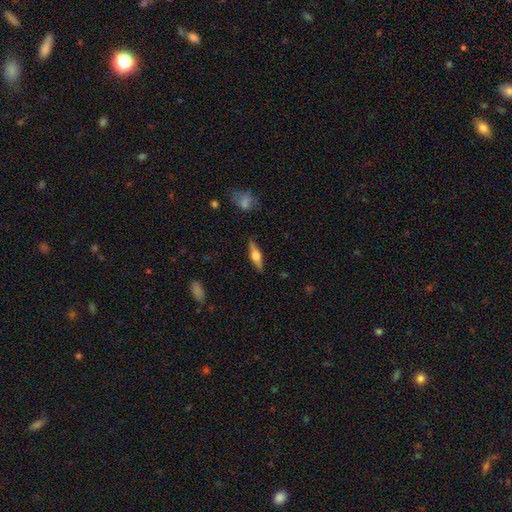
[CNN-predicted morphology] smooth_or_featured: featured or disk (p=0.54) [alt: smooth p=0.40]
disk_edge_on: yes (p=0.94) [alt: no p=0.06]
edge_on_bulge: rounded (p=0.93) [alt: boxy p=0.05]
merging: none (p=0.87) [alt: minor disturbance p=0.09]